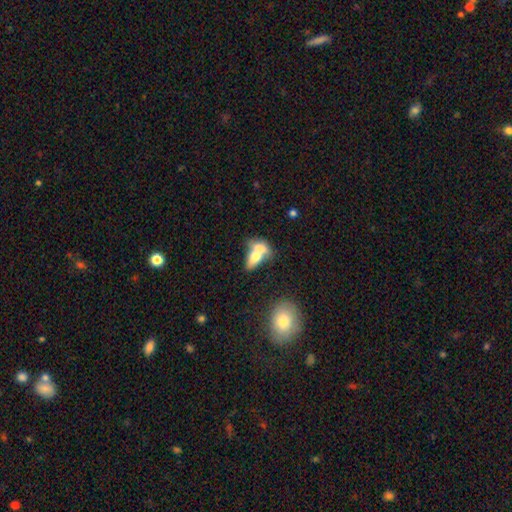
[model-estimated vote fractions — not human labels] smooth_or_featured: smooth (p=0.66) [alt: featured or disk p=0.27]
how_rounded: in between (p=0.77) [alt: round p=0.12]
merging: merger (p=0.69) [alt: none p=0.17]